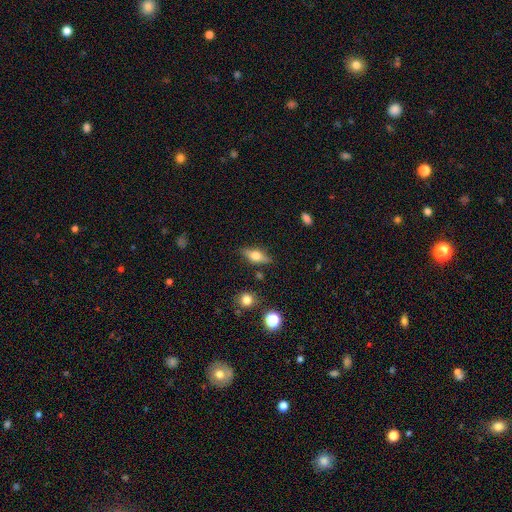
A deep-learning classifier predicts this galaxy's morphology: Overall: featured or disk (47%; smooth 44%). Merging: none (82%).